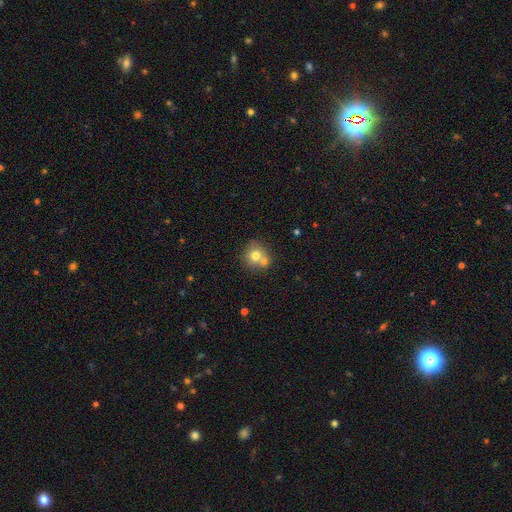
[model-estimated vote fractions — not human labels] Smooth or featured? smooth (71%)
How rounded? round (85%)
Merging? none (50%)